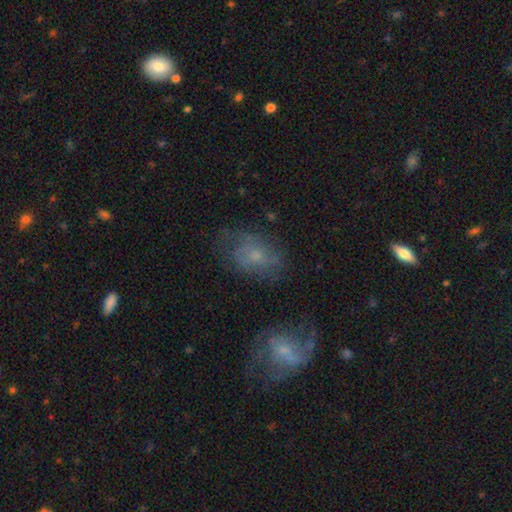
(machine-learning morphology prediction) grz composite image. It shows a smooth galaxy with no disk features (48%). Merging: none (48%).